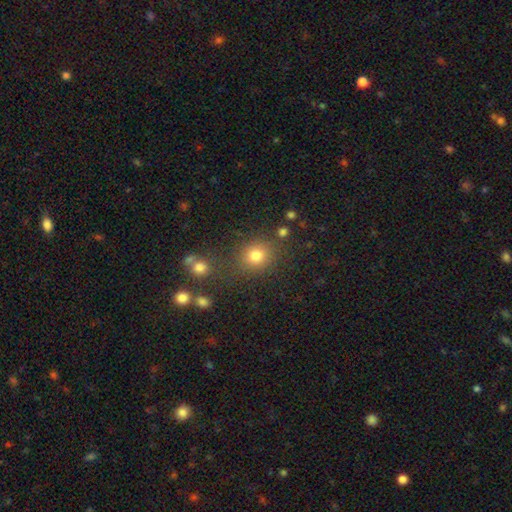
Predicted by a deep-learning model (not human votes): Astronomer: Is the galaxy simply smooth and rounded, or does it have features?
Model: smooth — 78%.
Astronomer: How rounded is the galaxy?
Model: round — 85%.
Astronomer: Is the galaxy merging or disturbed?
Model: none — 76%.